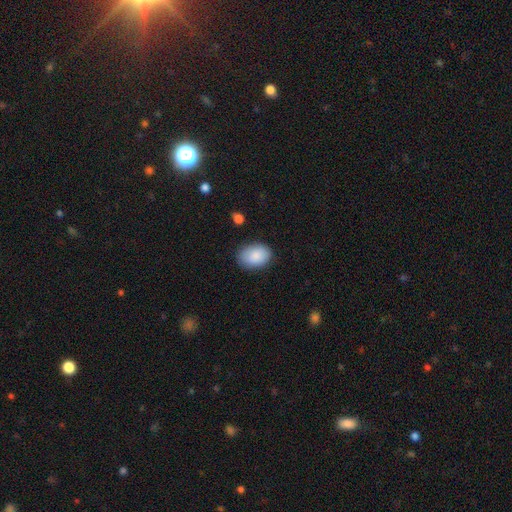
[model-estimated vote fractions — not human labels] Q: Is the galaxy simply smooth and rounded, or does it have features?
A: smooth — 89%.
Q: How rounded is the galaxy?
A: in between — 84%.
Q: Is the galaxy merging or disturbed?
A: none — 84%.